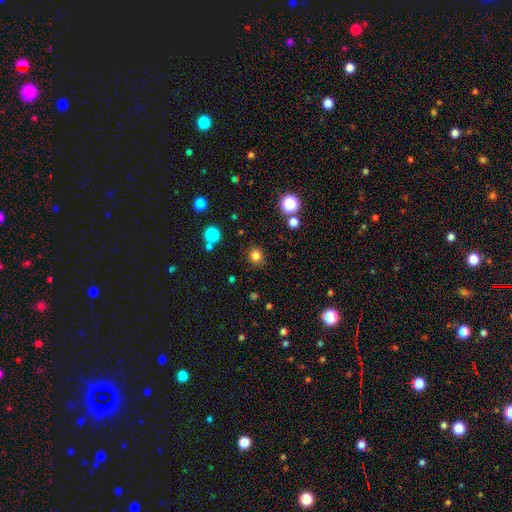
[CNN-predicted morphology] Smooth or featured? Predicted: smooth (p=0.81). How rounded? Predicted: round (p=0.89). Merging? Predicted: none (p=0.87).